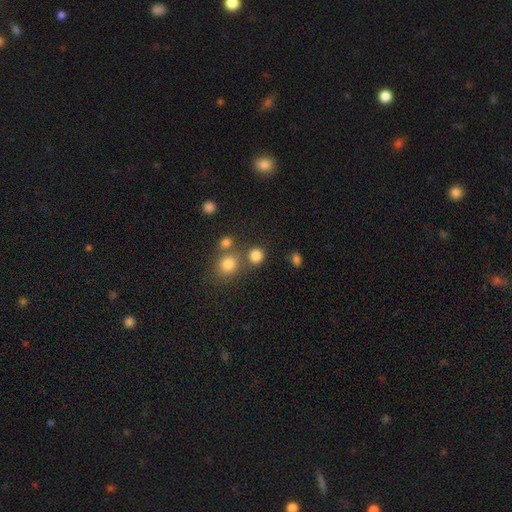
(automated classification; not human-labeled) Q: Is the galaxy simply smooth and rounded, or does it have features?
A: smooth — 81%.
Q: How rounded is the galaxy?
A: round — 86%.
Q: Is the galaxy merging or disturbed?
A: none — 70%.